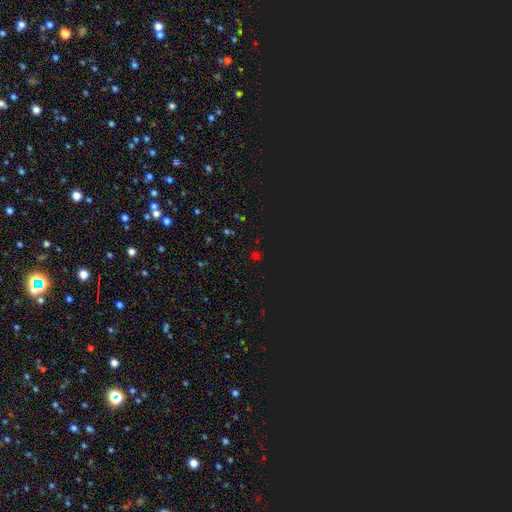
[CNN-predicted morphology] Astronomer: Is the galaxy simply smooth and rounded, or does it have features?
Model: star or artifact — 59% (runner-up: smooth, 36%).